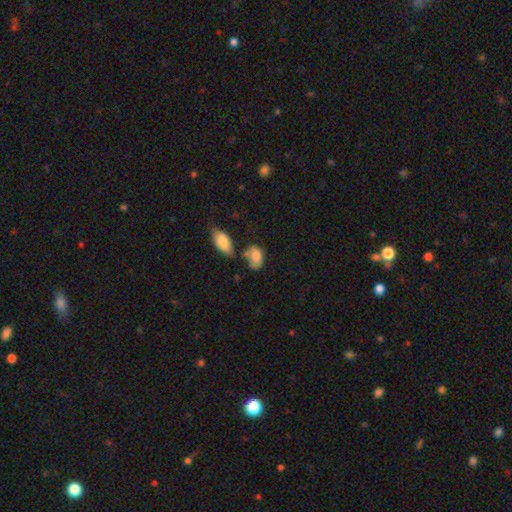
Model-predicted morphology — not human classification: type=smooth (82%); roundness=in between (89%); merging=none (41%).